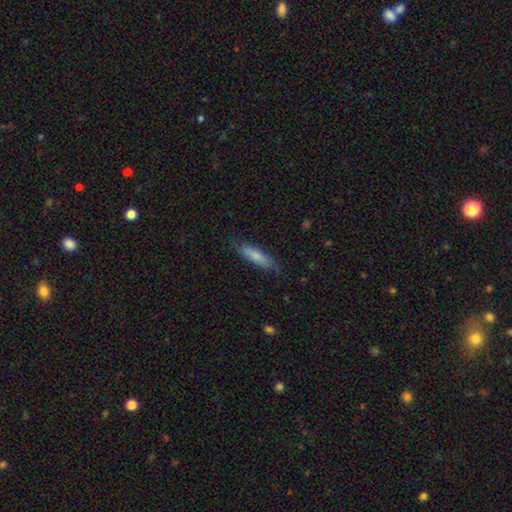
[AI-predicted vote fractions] Smooth or featured?
  - smooth: 76% *
  - featured or disk: 19%
  - star or artifact: 6%
How rounded?
  - cigar-shaped: 68% *
  - in between: 31%
  - round: 2%
Merging?
  - none: 78% *
  - minor disturbance: 17%
  - major disturbance: 4%
  - merger: 1%